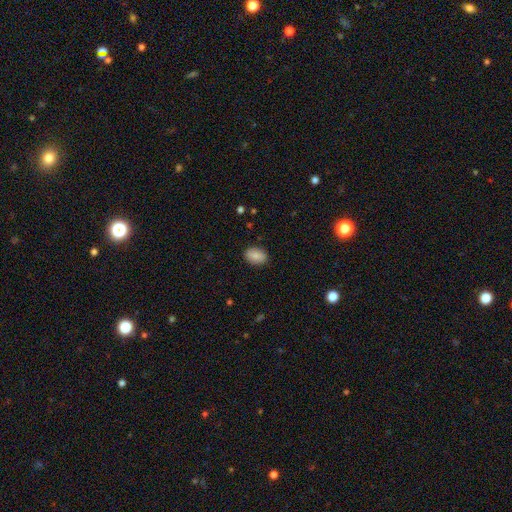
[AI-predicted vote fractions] A smooth galaxy with no disk features (83%) that is in between round and cigar-shaped (84%). Merging: none (87%).